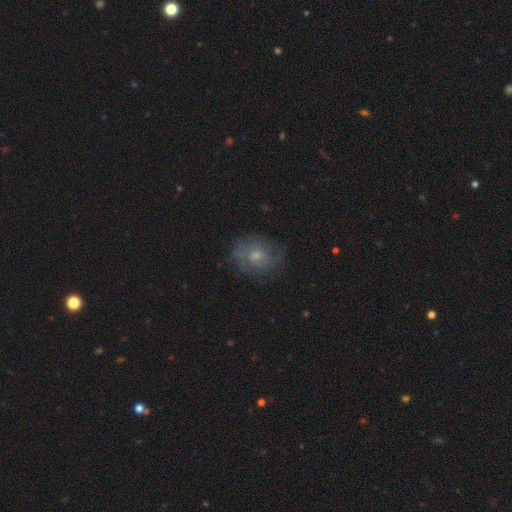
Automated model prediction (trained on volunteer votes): Overall: smooth (47%; featured or disk 42%). Merging: none (70%).